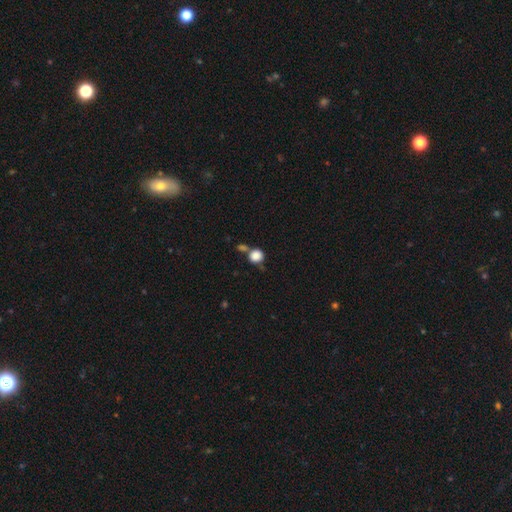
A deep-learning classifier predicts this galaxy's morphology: Smooth or featured? Predicted: smooth (p=0.85). How rounded? Predicted: round (p=0.84). Merging? Predicted: none (p=0.51).